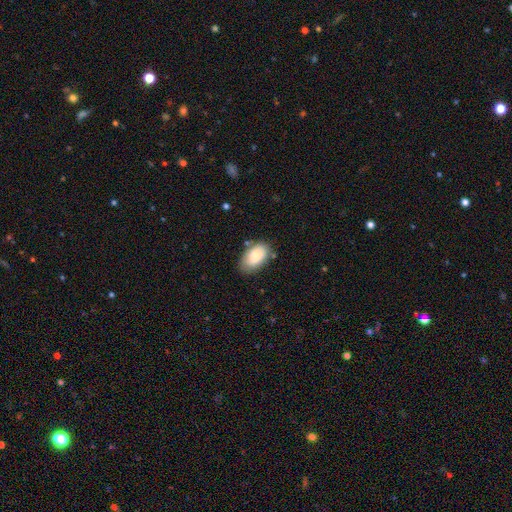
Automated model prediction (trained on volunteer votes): This appears to be a smooth galaxy with no disk features (76%) that is in between round and cigar-shaped (93%). Merging: none (72%).